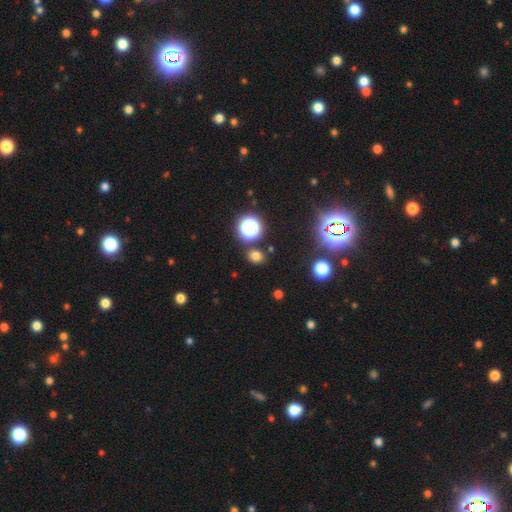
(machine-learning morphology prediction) Smooth or featured? smooth (70%)
How rounded? round (55%)
Merging? none (84%)